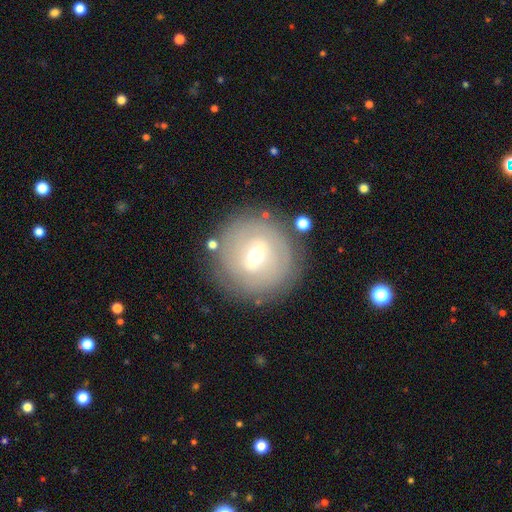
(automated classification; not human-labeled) This appears to be a featured or disk galaxy (61%) with a weak bar (53%), no spiral arms (51%) and a moderate central bulge (61%). Merging: none (83%).